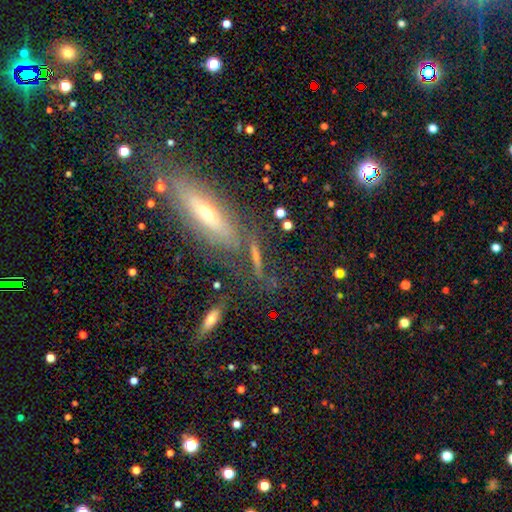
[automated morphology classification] type=featured or disk (41%); merging=none (62%).